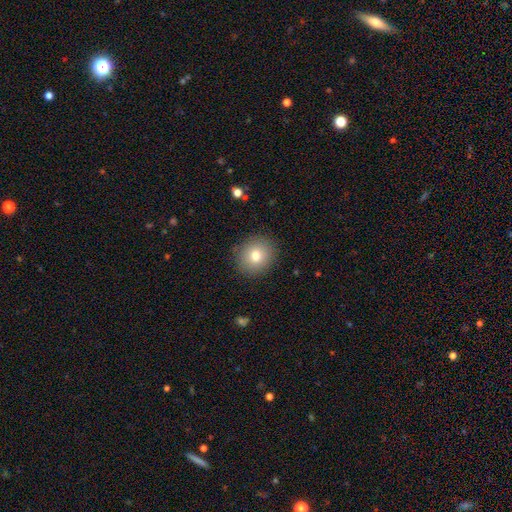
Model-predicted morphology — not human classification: Smooth or featured: smooth — 76% (featured or disk — 12%)
How rounded: round — 81% (in between — 18%)
Merging: none — 88% (minor disturbance — 8%)